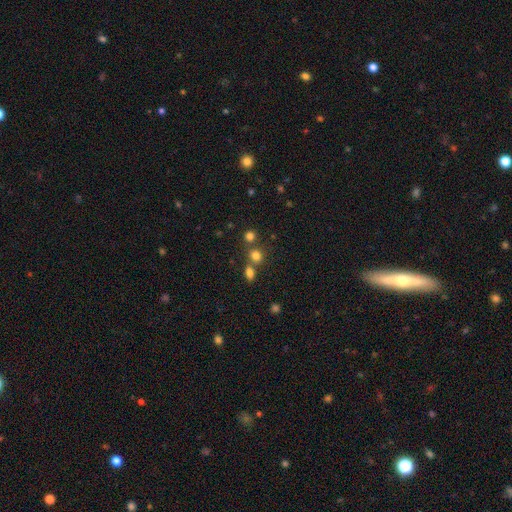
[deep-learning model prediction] Smooth or featured? smooth (76%)
How rounded? round (77%)
Merging? none (60%)